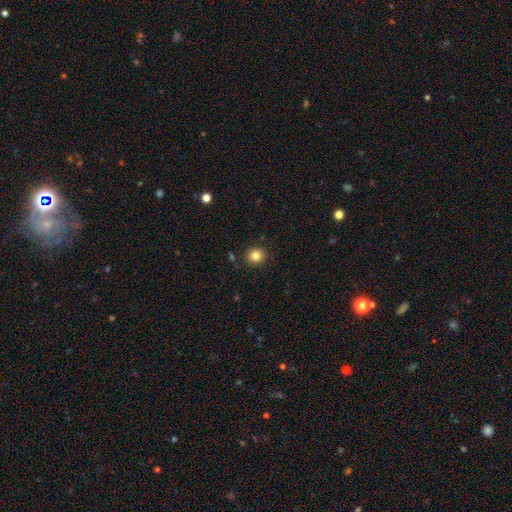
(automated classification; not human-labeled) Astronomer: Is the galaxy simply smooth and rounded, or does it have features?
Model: smooth — 84%.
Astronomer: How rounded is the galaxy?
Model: round — 87%.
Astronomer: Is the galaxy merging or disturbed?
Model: none — 90%.